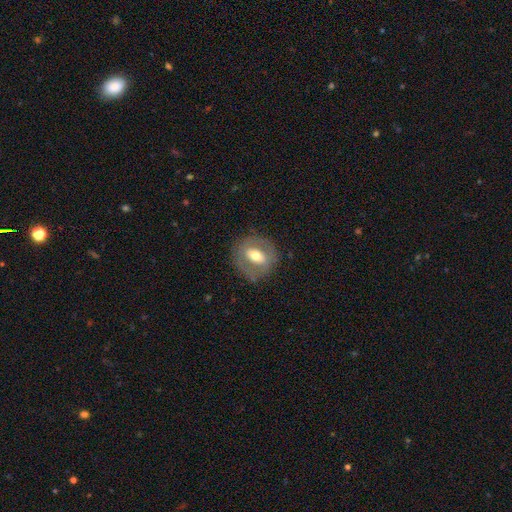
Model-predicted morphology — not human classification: Smooth or featured: featured or disk — 50% (smooth — 43%)
Merging: none — 78% (minor disturbance — 14%)